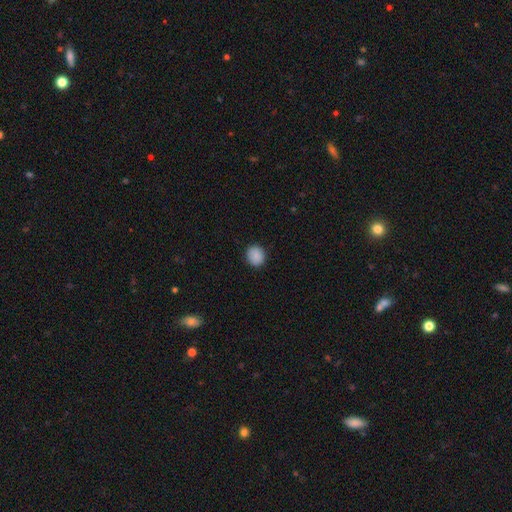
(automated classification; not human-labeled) Smooth or featured? smooth (89%)
How rounded? round (82%)
Merging? none (90%)